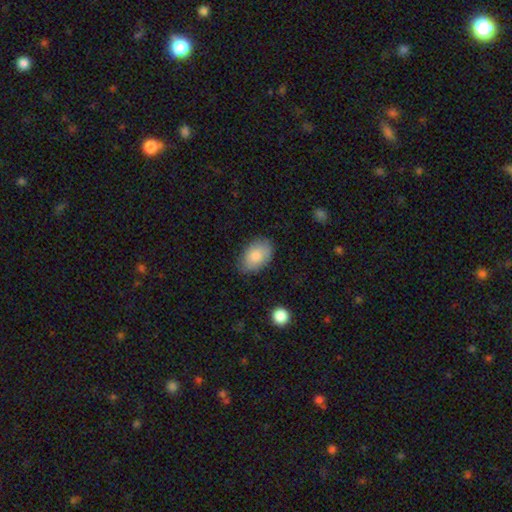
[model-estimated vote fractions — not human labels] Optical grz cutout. It shows a smooth galaxy with no disk features (84%) that is in between round and cigar-shaped (91%). Merging: none (79%).